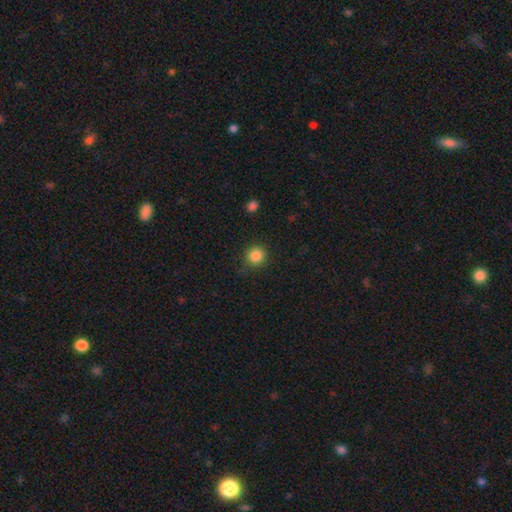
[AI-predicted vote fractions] This is clearly a smooth galaxy (86%). How rounded: clearly round (92%). Merging: clearly none (87%).